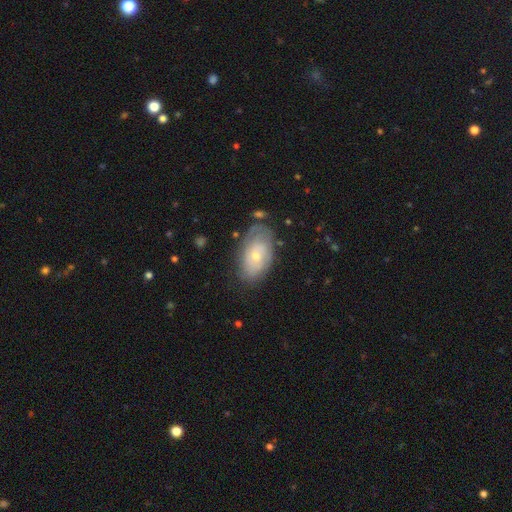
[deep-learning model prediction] Q: Smooth or featured?
A: featured or disk (57%); runner-up: smooth (35%)
Q: Edge-on disk?
A: no (93%); runner-up: yes (7%)
Q: Bar?
A: no (79%); runner-up: weak (18%)
Q: Spiral arms?
A: yes (69%); runner-up: no (31%)
Q: Bulge size?
A: small (57%); runner-up: moderate (39%)
Q: Merging?
A: none (64%); runner-up: minor disturbance (24%)